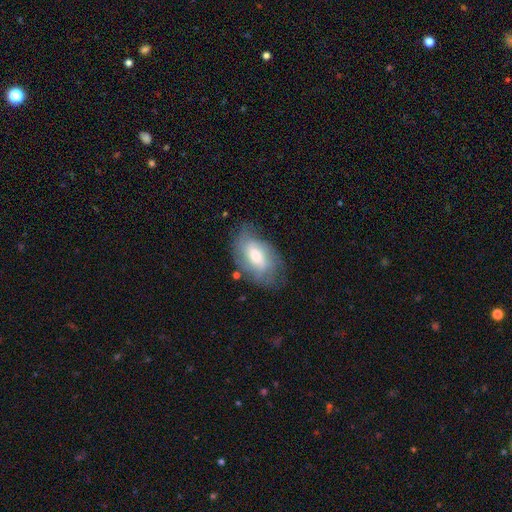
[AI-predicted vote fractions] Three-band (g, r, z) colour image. It shows a featured or disk galaxy (57%) with no bar (46%), spiral arms (76%) and a moderate central bulge (63%). Merging: none (67%).